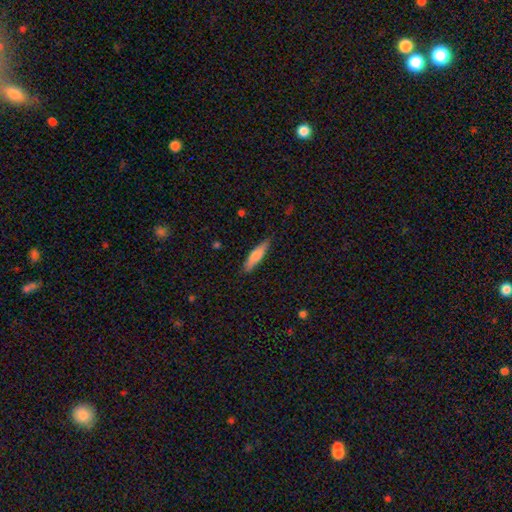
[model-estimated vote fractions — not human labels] smooth 74%, featured or disk 20%, star or artifact 6%. Down the decision tree: how rounded — cigar-shaped (73%); merging — none (85%).